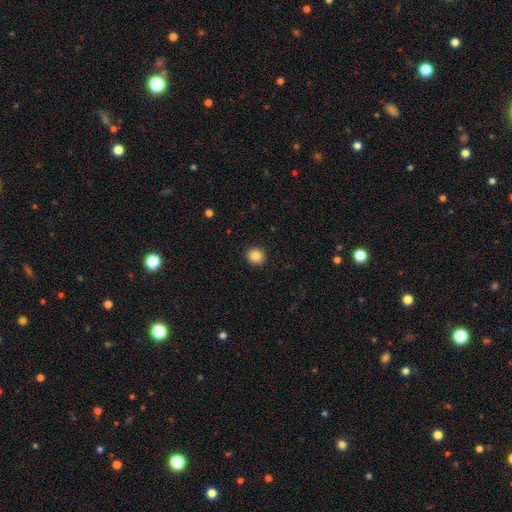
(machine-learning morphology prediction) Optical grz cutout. It shows a smooth galaxy with no disk features (85%) that is round (89%). Merging: none (92%).